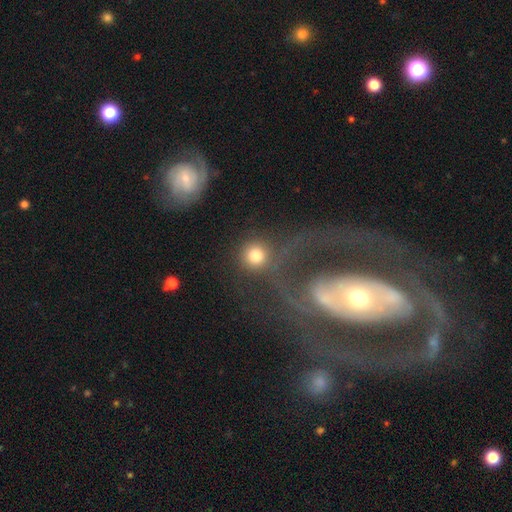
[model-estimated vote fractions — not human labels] Overall: smooth (74%). How rounded: round (91%). Merging: none (61%).